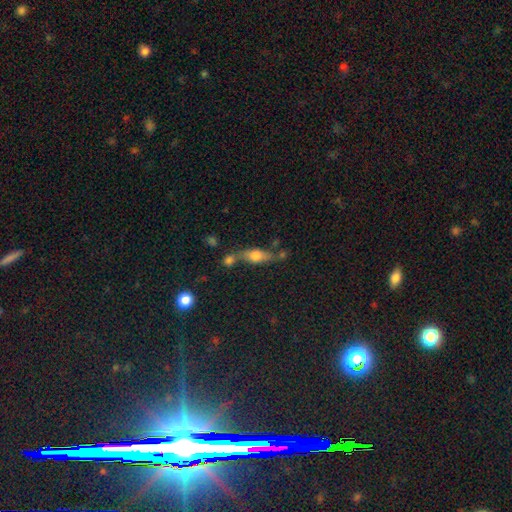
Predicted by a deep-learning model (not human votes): A smooth galaxy with no disk features (56%) that is in between round and cigar-shaped (60%). Merging: none (47%).